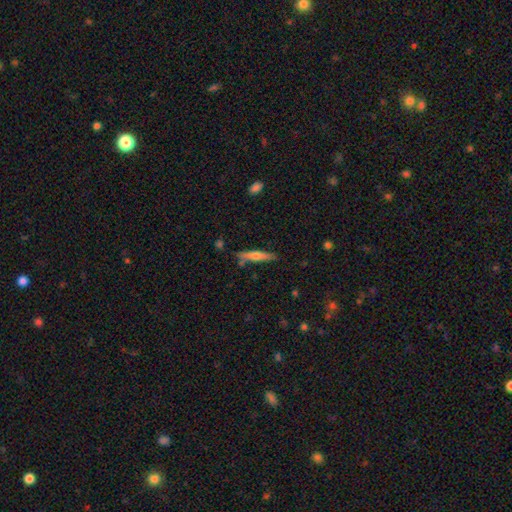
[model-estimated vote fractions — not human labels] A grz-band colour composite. It shows a smooth galaxy with no disk features (49%). Merging: none (83%).